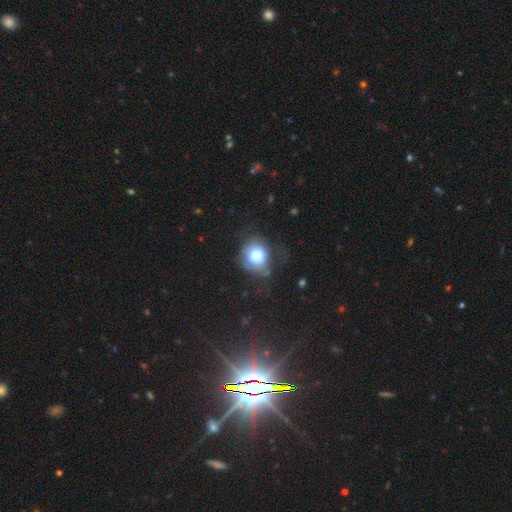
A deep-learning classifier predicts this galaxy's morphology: This is likely a smooth galaxy (71%). How rounded: likely round (71%). Merging: possibly none (51%).